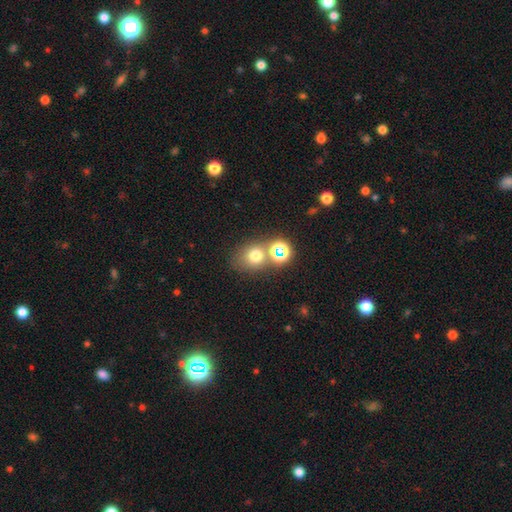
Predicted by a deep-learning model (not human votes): Smooth or featured?
  - smooth: 67% *
  - star or artifact: 22%
  - featured or disk: 11%
How rounded?
  - round: 67% *
  - in between: 32%
  - cigar-shaped: 1%
Merging?
  - none: 59% *
  - merger: 25%
  - minor disturbance: 11%
  - major disturbance: 5%